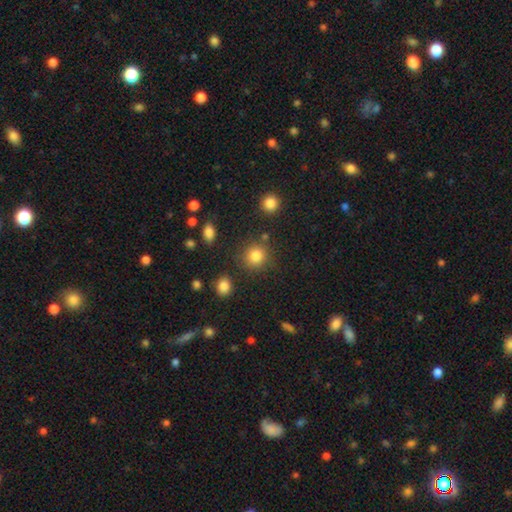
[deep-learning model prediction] Smooth or featured? Predicted: smooth (p=0.84). How rounded? Predicted: round (p=0.90). Merging? Predicted: none (p=0.83).